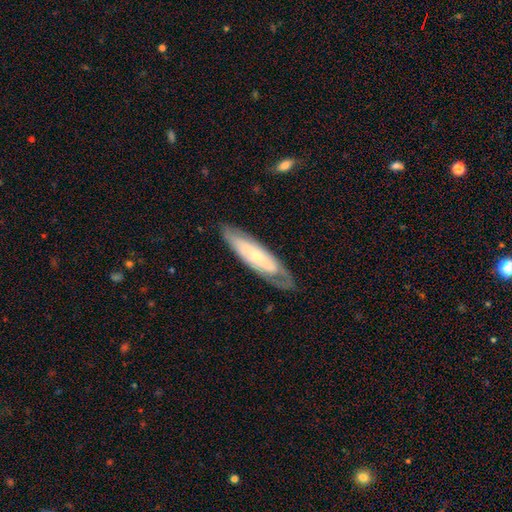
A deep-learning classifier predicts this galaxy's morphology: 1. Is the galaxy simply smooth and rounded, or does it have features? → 60% featured or disk, 34% smooth, 6% star or artifact.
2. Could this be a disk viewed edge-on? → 68% no, 32% yes.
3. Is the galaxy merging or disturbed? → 71% none, 19% minor disturbance, 8% major disturbance, 2% merger.